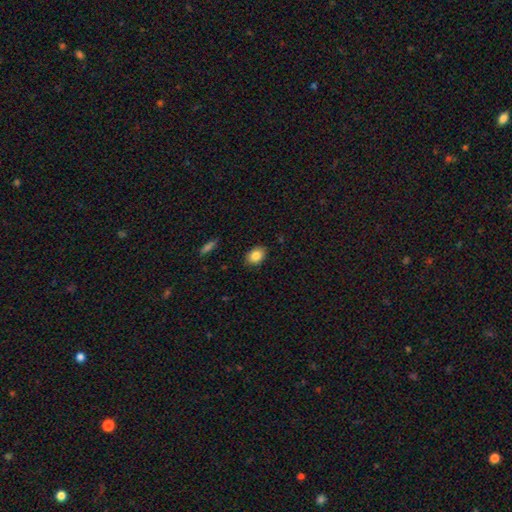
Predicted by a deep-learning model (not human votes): Overall: smooth (84%). How rounded: in between (69%; round 30%). Merging: none (87%).